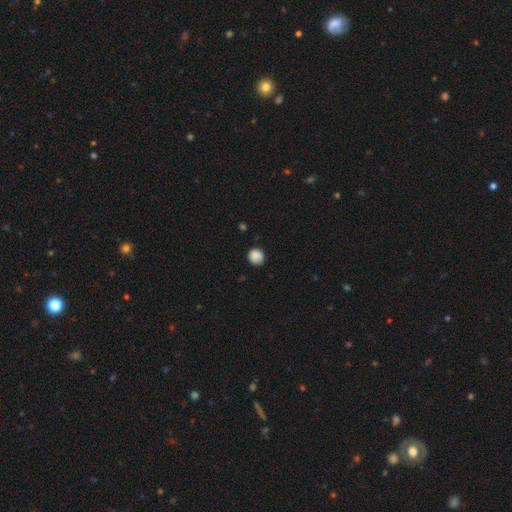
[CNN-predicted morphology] The model was most divided on "merging": none: 76%, minor disturbance: 19%, major disturbance: 4%, merger: 2%. More confident: how rounded — round (88%); smooth or featured — smooth (85%).